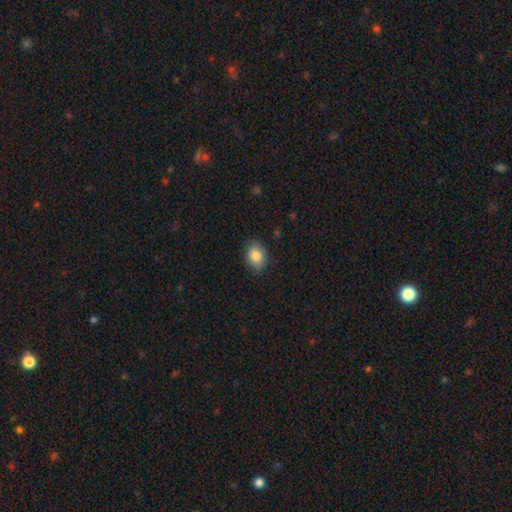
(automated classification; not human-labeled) Morphology: type=smooth (85%); roundness=in between (70%); merging=none (84%).